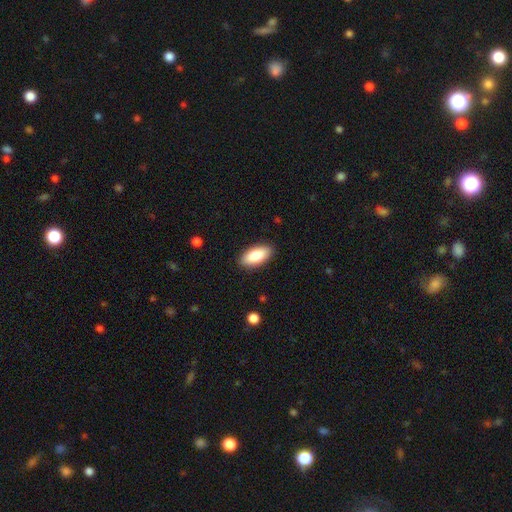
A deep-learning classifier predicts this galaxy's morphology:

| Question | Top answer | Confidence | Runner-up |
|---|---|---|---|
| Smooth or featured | smooth | 85% | featured or disk (9%) |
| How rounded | in between | 89% | cigar-shaped (9%) |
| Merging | none | 89% | minor disturbance (8%) |